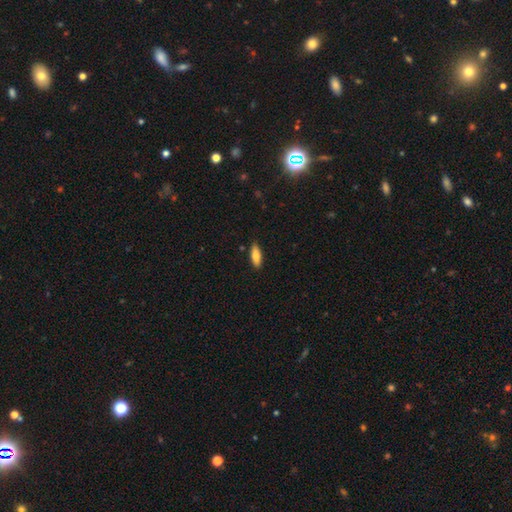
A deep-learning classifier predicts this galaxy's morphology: Smooth or featured? Predicted: smooth (p=0.76). How rounded? Predicted: in between (p=0.66). Merging? Predicted: none (p=0.88).